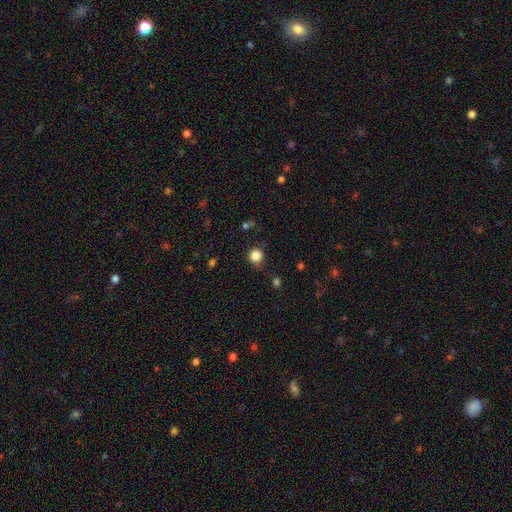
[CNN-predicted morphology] Smooth or featured? smooth (84%)
How rounded? round (91%)
Merging? none (79%)